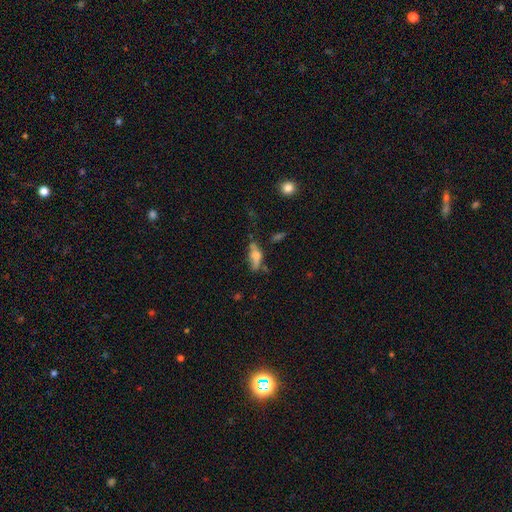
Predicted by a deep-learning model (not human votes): smooth 55%, featured or disk 34%, star or artifact 11%. Down the decision tree: how rounded — in between (66%); merging — none (39%).